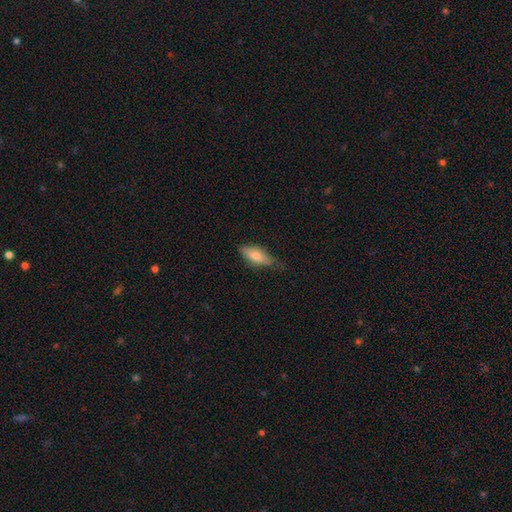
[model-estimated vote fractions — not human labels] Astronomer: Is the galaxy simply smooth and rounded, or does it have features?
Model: smooth — 74%.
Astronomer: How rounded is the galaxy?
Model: in between — 75%.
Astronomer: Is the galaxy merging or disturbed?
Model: none — 57% (runner-up: minor disturbance, 34%).